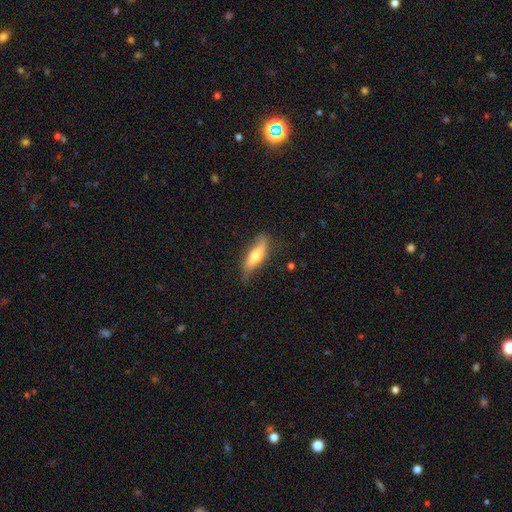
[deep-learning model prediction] Q: Smooth or featured?
A: smooth (54%); runner-up: featured or disk (41%)
Q: How rounded?
A: cigar-shaped (53%); runner-up: in between (44%)
Q: Merging?
A: none (66%); runner-up: minor disturbance (27%)